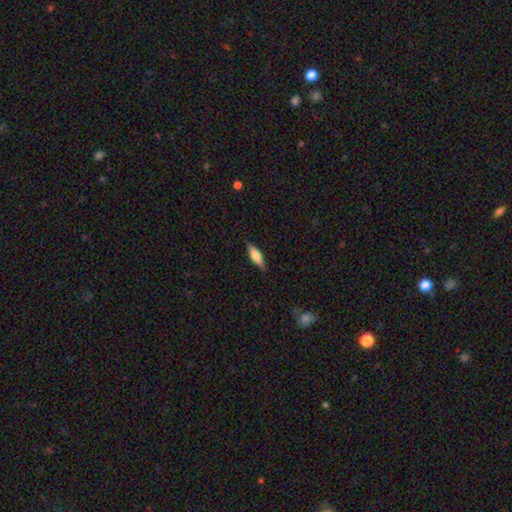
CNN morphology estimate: smooth-or-featured: smooth: 53% | featured or disk: 40% | star or artifact: 7%
  how-rounded: cigar-shaped: 52% | in between: 45% | round: 3%
  merging: none: 85% | minor disturbance: 11% | major disturbance: 2% | merger: 1%